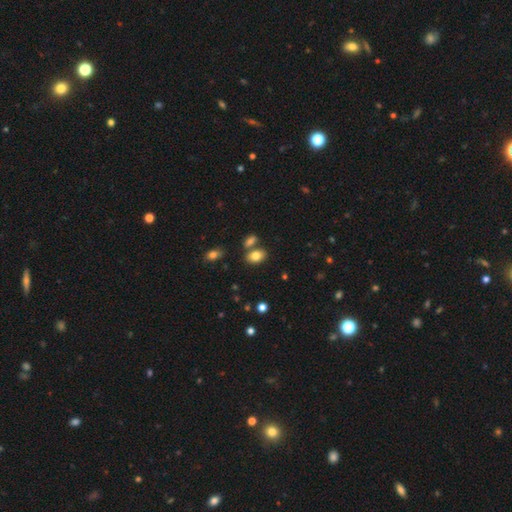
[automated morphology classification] smooth_or_featured: smooth (p=0.80) [alt: featured or disk p=0.10]
how_rounded: in between (p=0.85) [alt: round p=0.14]
merging: none (p=0.65) [alt: merger p=0.20]